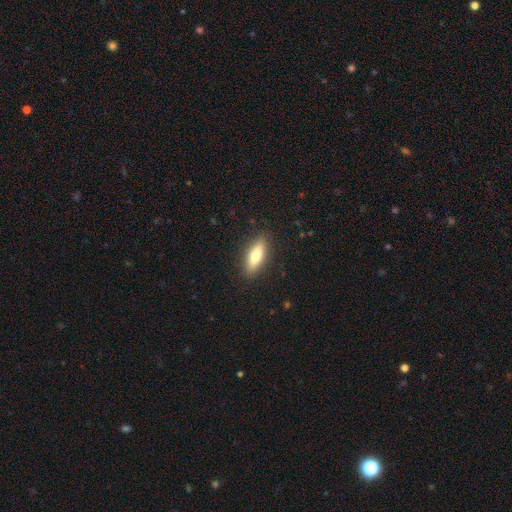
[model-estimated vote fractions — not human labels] Q: Smooth or featured?
A: smooth (74%); runner-up: featured or disk (20%)
Q: How rounded?
A: in between (50%); runner-up: cigar-shaped (48%)
Q: Merging?
A: none (88%); runner-up: minor disturbance (9%)